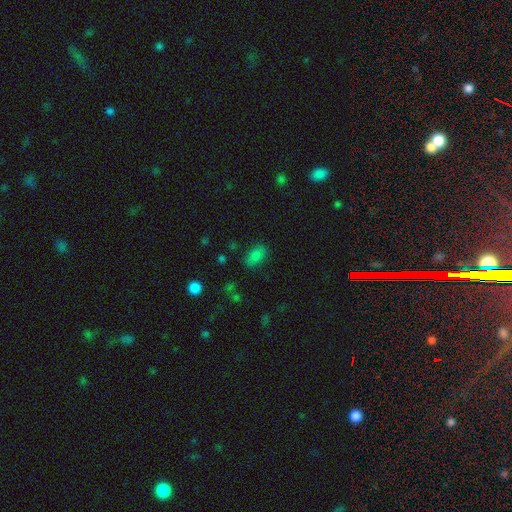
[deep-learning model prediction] Smooth or featured?
  - smooth: 77% *
  - star or artifact: 15%
  - featured or disk: 8%
How rounded?
  - in between: 85% *
  - round: 12%
  - cigar-shaped: 2%
Merging?
  - none: 81% *
  - minor disturbance: 14%
  - major disturbance: 4%
  - merger: 2%